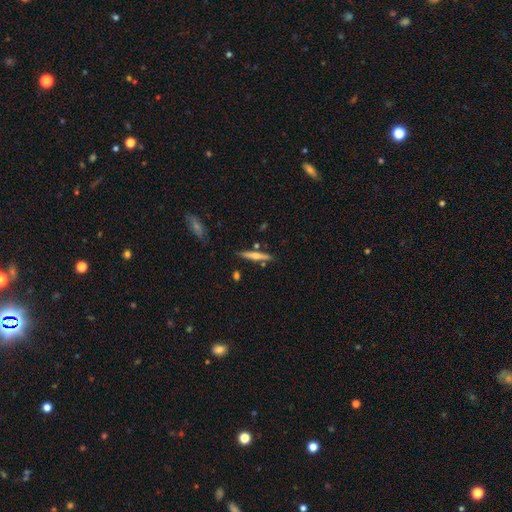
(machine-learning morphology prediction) smooth-or-featured: featured or disk: 55% | smooth: 39% | star or artifact: 6%
  disk-edge-on: yes: 96% | no: 4%
    edge-on-bulge: rounded: 83% | none: 13% | boxy: 4%
  merging: none: 84% | minor disturbance: 9% | merger: 5% | major disturbance: 2%